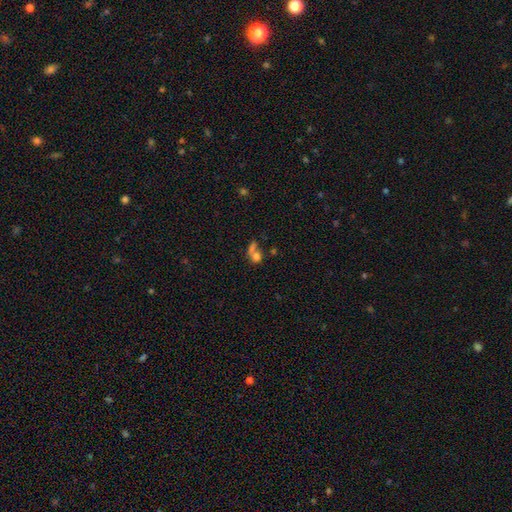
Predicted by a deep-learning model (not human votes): smooth_or_featured: smooth (p=0.69) [alt: featured or disk p=0.16]
how_rounded: round (p=0.64) [alt: in between p=0.33]
merging: merger (p=0.47) [alt: none p=0.28]